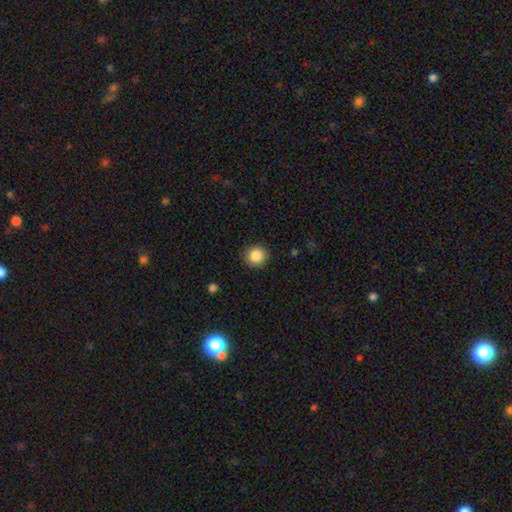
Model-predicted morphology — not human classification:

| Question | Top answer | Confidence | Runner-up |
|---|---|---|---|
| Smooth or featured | smooth | 86% | star or artifact (9%) |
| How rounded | round | 91% | in between (8%) |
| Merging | none | 91% | minor disturbance (6%) |